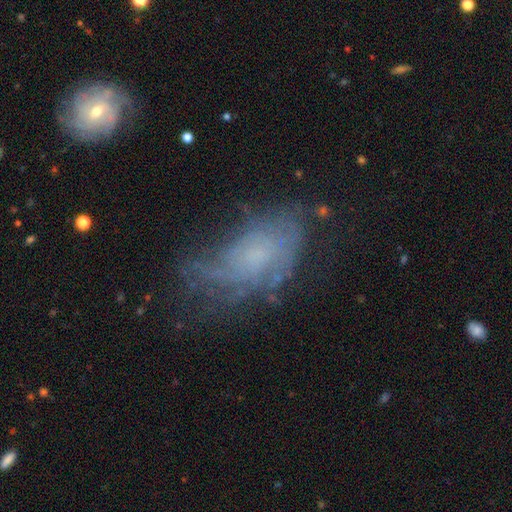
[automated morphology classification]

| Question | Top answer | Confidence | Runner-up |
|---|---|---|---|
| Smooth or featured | featured or disk | 58% | smooth (29%) |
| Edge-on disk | no | 94% | yes (6%) |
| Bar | no | 80% | weak (18%) |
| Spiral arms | yes | 65% | no (35%) |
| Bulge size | small | 42% | none (34%) |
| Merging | none | 42% | major disturbance (27%) |